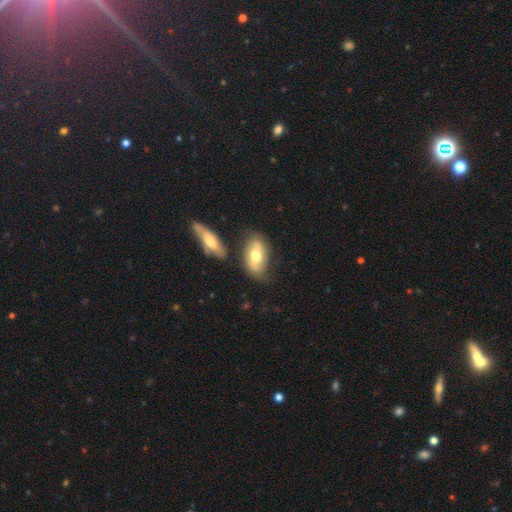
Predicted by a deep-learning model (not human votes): Q: Smooth or featured?
A: smooth (59%); runner-up: featured or disk (35%)
Q: How rounded?
A: in between (89%); runner-up: round (6%)
Q: Merging?
A: none (63%); runner-up: minor disturbance (20%)